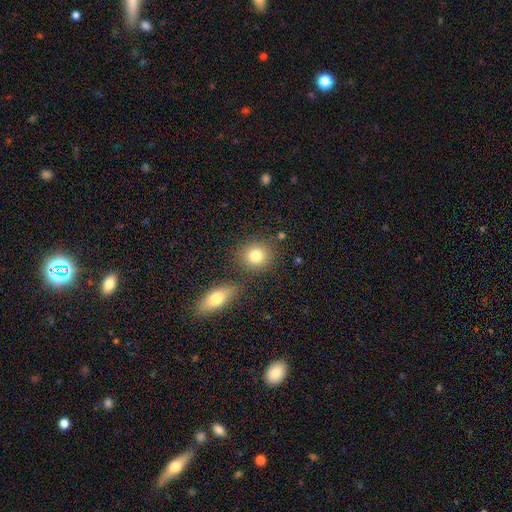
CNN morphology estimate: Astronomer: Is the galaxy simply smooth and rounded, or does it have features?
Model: smooth — 82%.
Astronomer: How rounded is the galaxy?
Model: round — 81%.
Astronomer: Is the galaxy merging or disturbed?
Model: none — 77%.